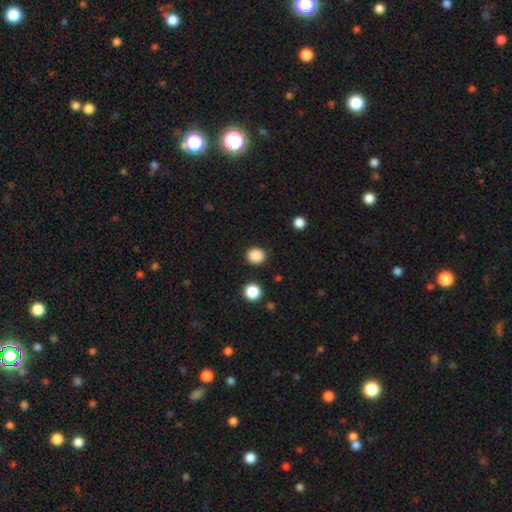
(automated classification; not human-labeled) smooth-or-featured: smooth: 87% | star or artifact: 11% | featured or disk: 3%
  how-rounded: round: 82% | in between: 17% | cigar-shaped: 1%
  merging: none: 89% | minor disturbance: 7% | major disturbance: 2% | merger: 2%